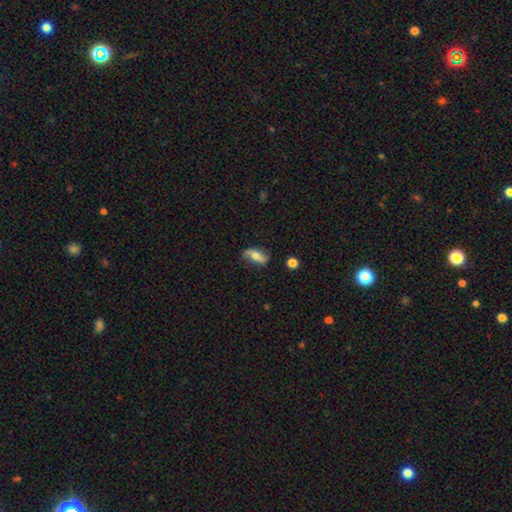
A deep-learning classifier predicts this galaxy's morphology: Smooth or featured? Predicted: featured or disk (p=0.56). Edge-on disk? Predicted: no (p=0.84). Merging? Predicted: none (p=0.78).